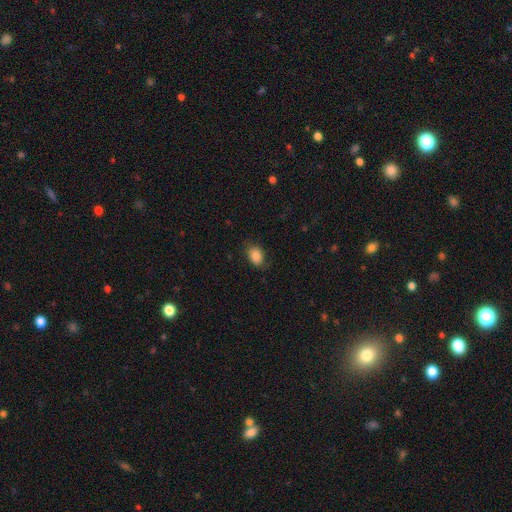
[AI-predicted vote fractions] Smooth or featured: smooth — 86% (star or artifact — 8%)
How rounded: in between — 71% (round — 28%)
Merging: none — 76% (minor disturbance — 18%)